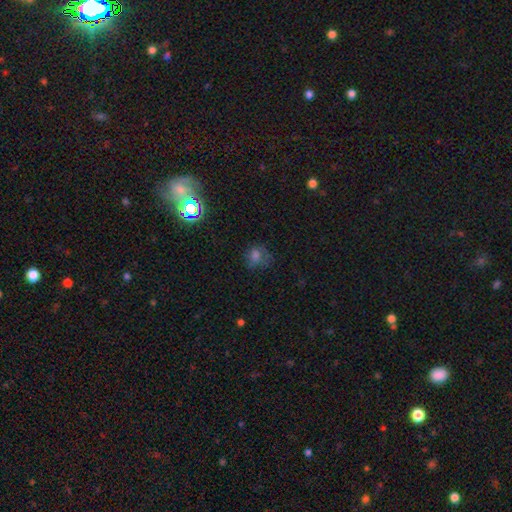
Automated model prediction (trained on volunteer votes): Smooth or featured?
  - smooth: 56% *
  - star or artifact: 28%
  - featured or disk: 16%
How rounded?
  - round: 69% *
  - in between: 30%
  - cigar-shaped: 1%
Merging?
  - none: 55% *
  - minor disturbance: 24%
  - major disturbance: 18%
  - merger: 3%